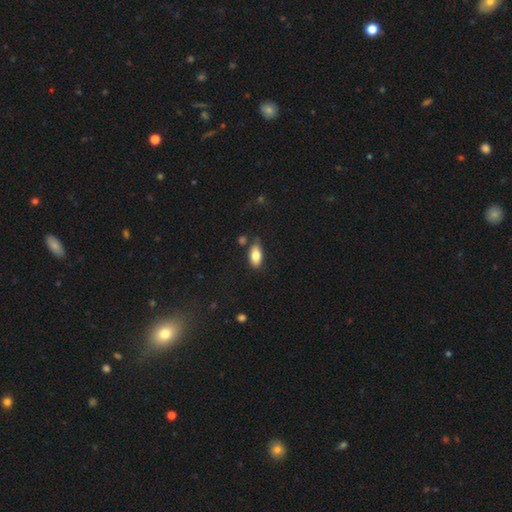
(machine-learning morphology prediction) type=smooth (80%); roundness=in between (90%); merging=none (74%).